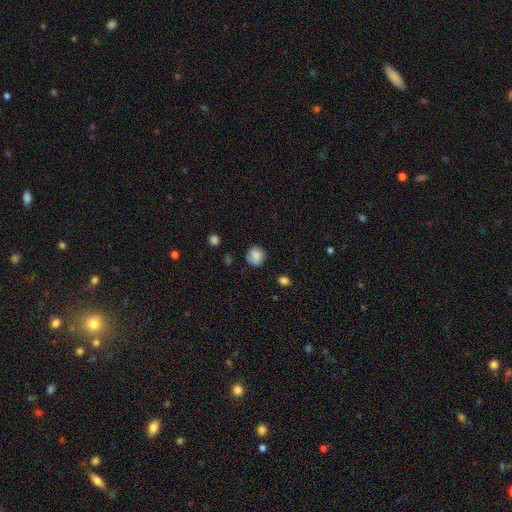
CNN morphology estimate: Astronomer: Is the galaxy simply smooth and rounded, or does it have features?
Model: smooth — 82%.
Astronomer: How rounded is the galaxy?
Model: round — 84%.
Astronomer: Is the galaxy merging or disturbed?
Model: none — 74%.